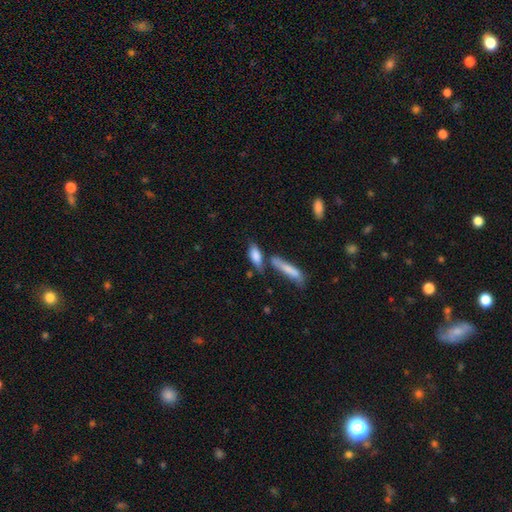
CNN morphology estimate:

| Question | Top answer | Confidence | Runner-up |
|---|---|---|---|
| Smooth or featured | smooth | 77% | featured or disk (16%) |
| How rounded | in between | 65% | cigar-shaped (32%) |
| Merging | none | 43% | merger (33%) |